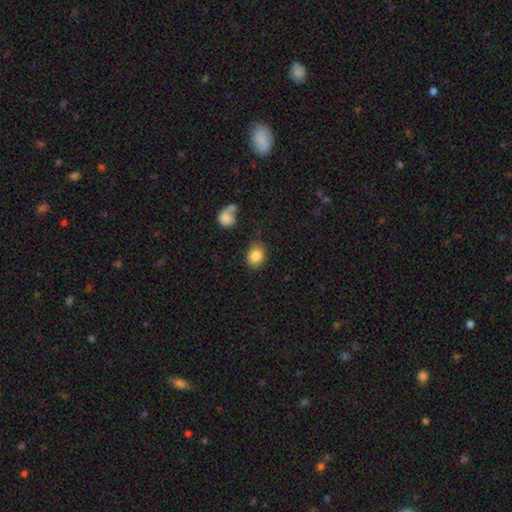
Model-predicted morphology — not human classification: The model was most divided on "how rounded": in between: 53%, round: 46%, cigar-shaped: 1%. More confident: smooth or featured — smooth (85%); merging — none (79%).